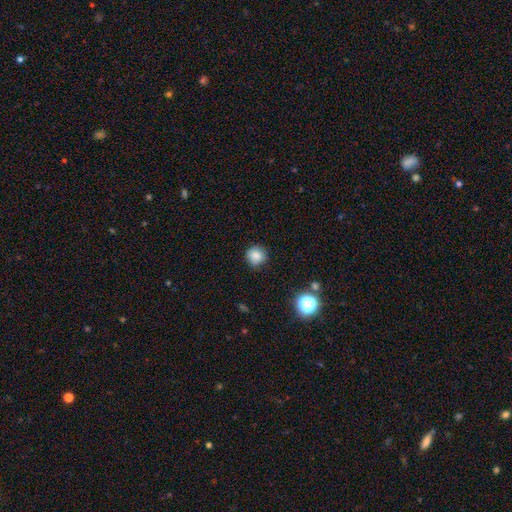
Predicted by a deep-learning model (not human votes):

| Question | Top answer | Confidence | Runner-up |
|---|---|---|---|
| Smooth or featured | smooth | 83% | star or artifact (12%) |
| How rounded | round | 93% | in between (6%) |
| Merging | none | 87% | minor disturbance (9%) |